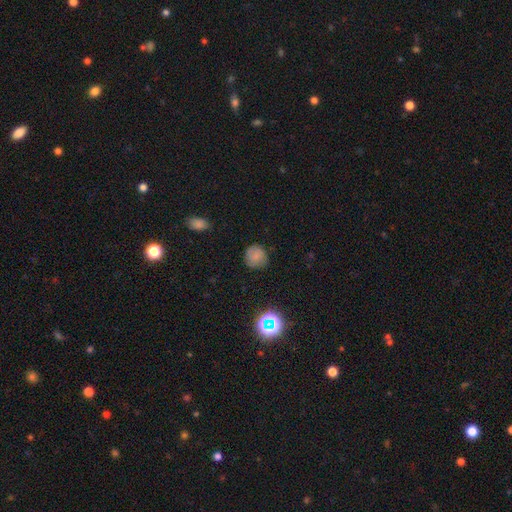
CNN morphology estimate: Smooth or featured? smooth (76%)
How rounded? round (89%)
Merging? none (81%)